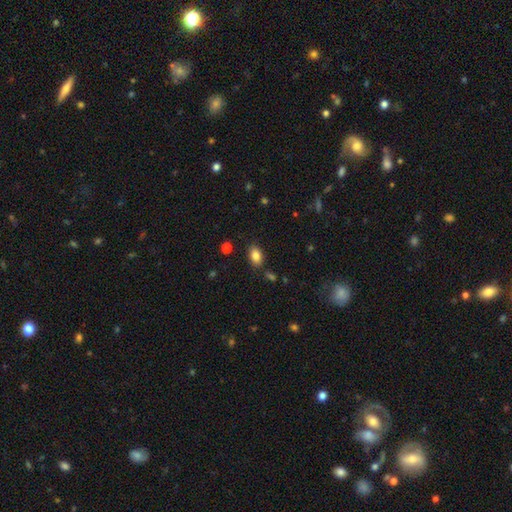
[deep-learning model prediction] Smooth or featured? smooth (84%)
How rounded? in between (88%)
Merging? none (83%)